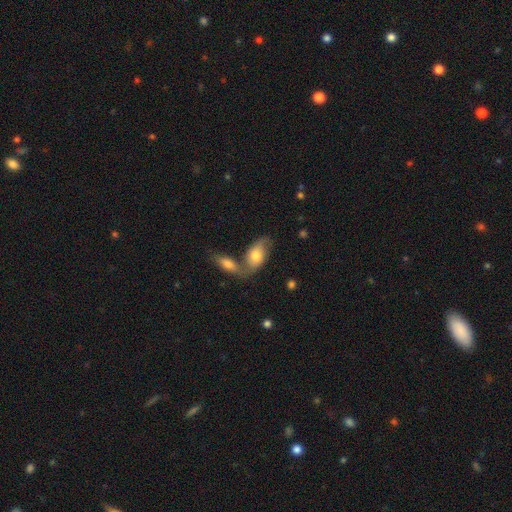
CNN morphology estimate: smooth_or_featured: smooth (p=0.58) [alt: featured or disk p=0.35]
how_rounded: in between (p=0.89) [alt: round p=0.06]
merging: merger (p=0.47) [alt: none p=0.35]